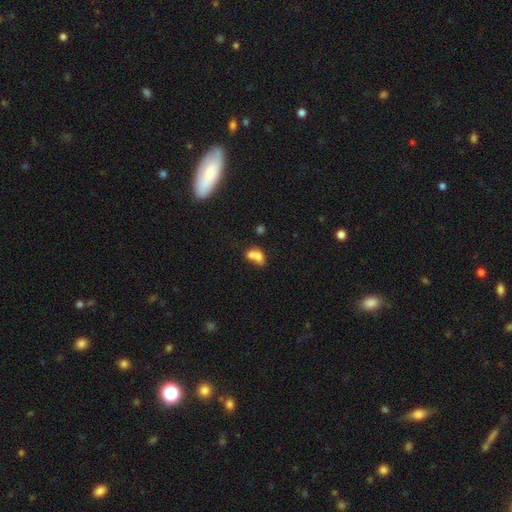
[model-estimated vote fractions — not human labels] Smooth or featured?
  - smooth: 70% *
  - featured or disk: 20%
  - star or artifact: 10%
How rounded?
  - in between: 67% *
  - round: 31%
  - cigar-shaped: 3%
Merging?
  - merger: 70% *
  - none: 18%
  - minor disturbance: 7%
  - major disturbance: 5%